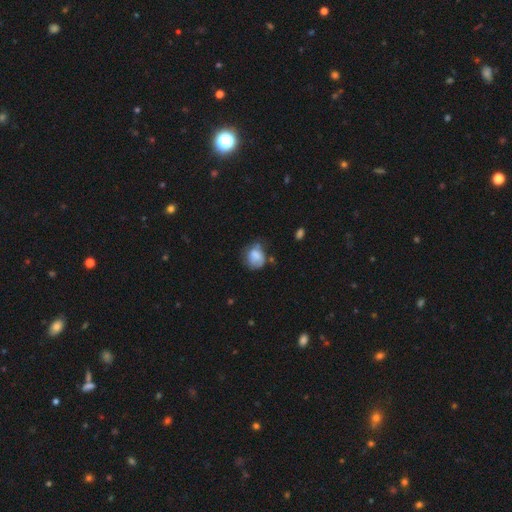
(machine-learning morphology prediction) This is likely a smooth galaxy (69%). How rounded: likely round (63%). Merging: marginally none (41%).